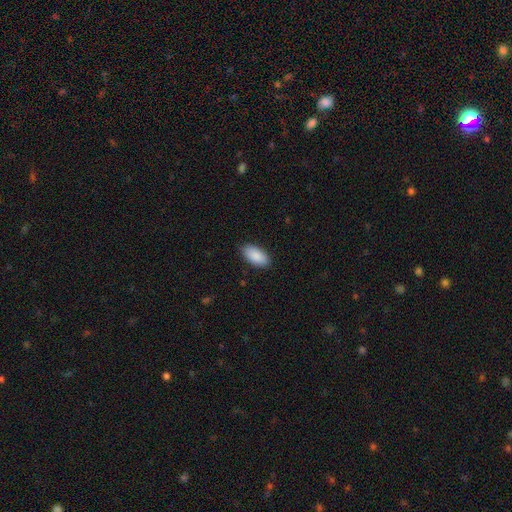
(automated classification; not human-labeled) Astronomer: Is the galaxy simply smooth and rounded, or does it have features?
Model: smooth — 89%.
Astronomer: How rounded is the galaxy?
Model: in between — 94%.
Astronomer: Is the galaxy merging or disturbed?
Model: none — 85%.